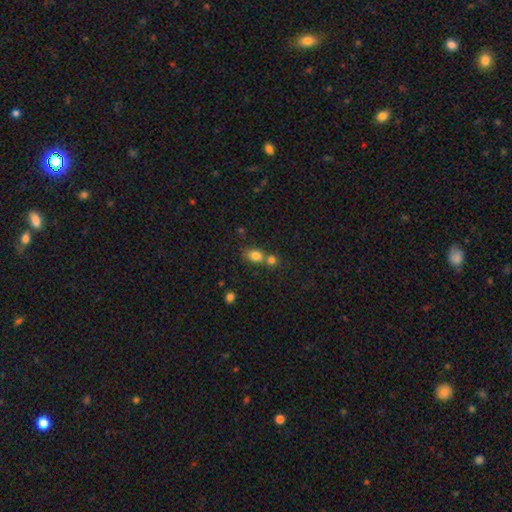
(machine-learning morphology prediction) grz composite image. It shows a smooth galaxy with no disk features (81%) that is round (50%). Merging: merger (44%).